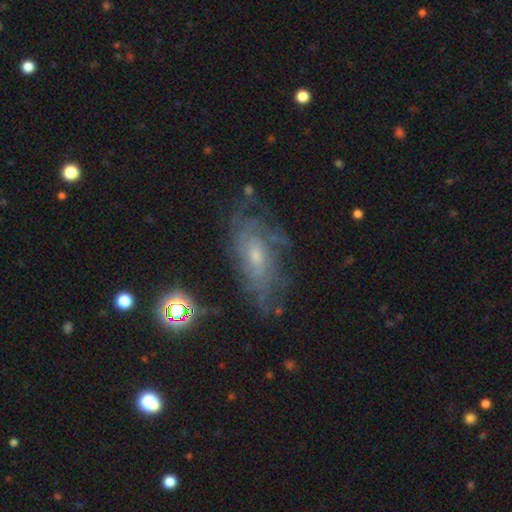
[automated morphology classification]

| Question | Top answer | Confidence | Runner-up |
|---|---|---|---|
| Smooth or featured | featured or disk | 71% | smooth (17%) |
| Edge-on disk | no | 90% | yes (10%) |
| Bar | no | 64% | weak (31%) |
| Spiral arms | yes | 83% | no (17%) |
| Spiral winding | tight | 54% | medium (33%) |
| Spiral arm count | can't tell | 61% | 2 (12%) |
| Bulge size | small | 64% | moderate (30%) |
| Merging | none | 68% | minor disturbance (20%) |